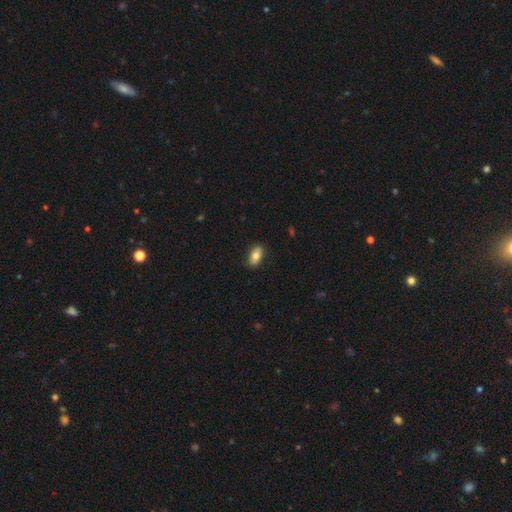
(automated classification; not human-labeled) smooth_or_featured: smooth (p=0.78) [alt: featured or disk p=0.15]
how_rounded: in between (p=0.91) [alt: cigar-shaped p=0.05]
merging: none (p=0.86) [alt: minor disturbance p=0.11]